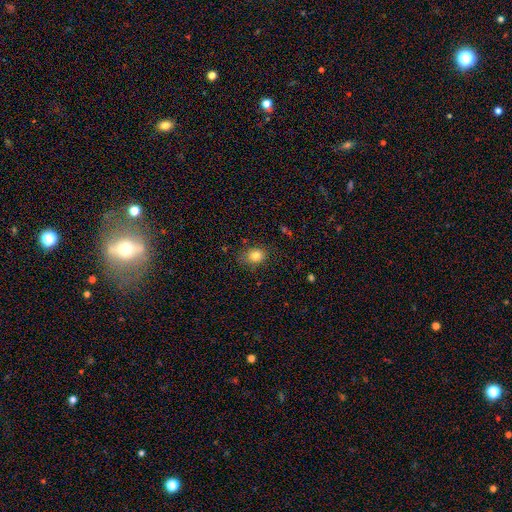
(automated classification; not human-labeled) Smooth or featured?
  - smooth: 81% *
  - star or artifact: 11%
  - featured or disk: 8%
How rounded?
  - in between: 50% *
  - round: 49%
  - cigar-shaped: 1%
Merging?
  - none: 77% *
  - minor disturbance: 18%
  - major disturbance: 4%
  - merger: 2%